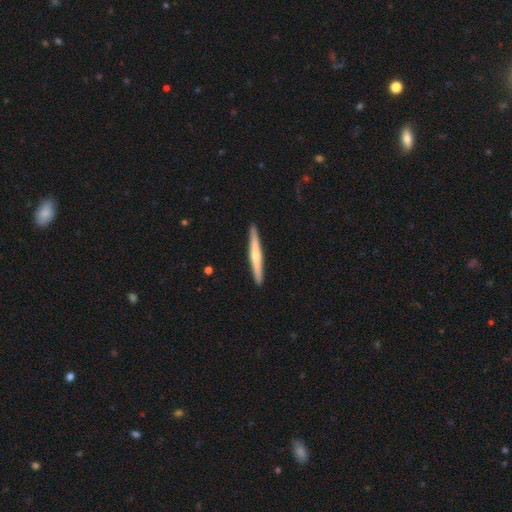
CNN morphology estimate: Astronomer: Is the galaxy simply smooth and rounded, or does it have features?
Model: featured or disk — 54% (runner-up: smooth, 41%).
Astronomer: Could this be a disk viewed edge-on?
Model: yes — 97%.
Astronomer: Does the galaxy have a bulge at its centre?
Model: rounded — 67%.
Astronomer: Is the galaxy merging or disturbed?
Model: none — 92%.